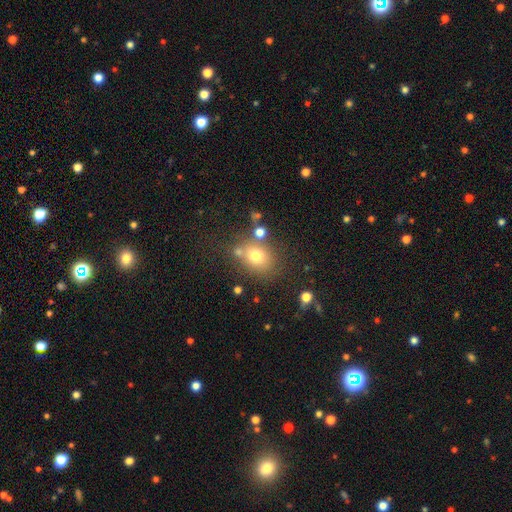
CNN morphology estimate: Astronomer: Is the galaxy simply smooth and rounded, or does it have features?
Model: smooth — 72%.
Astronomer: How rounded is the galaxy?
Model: round — 57% (runner-up: in between, 42%).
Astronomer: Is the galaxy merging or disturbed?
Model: none — 64%.